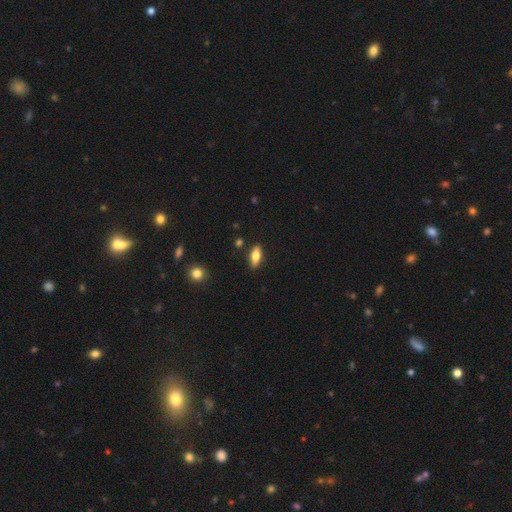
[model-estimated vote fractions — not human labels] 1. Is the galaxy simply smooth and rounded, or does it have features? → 71% smooth, 22% featured or disk, 7% star or artifact.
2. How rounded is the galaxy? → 76% in between, 21% cigar-shaped, 3% round.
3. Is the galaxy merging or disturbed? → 87% none, 10% minor disturbance, 2% major disturbance, 2% merger.